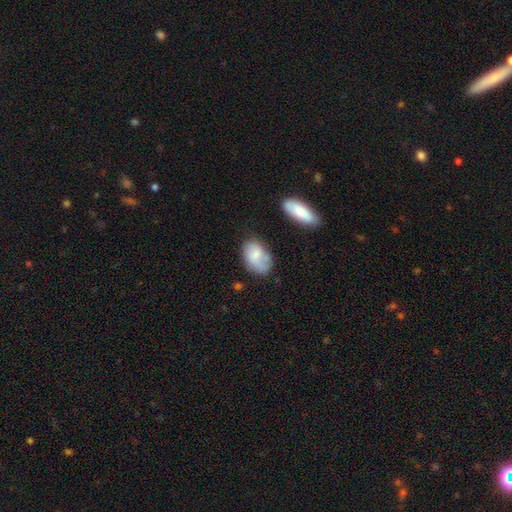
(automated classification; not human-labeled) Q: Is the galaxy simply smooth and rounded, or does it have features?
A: smooth — 73%.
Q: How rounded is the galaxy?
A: in between — 89%.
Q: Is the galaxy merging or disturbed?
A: none — 56%.